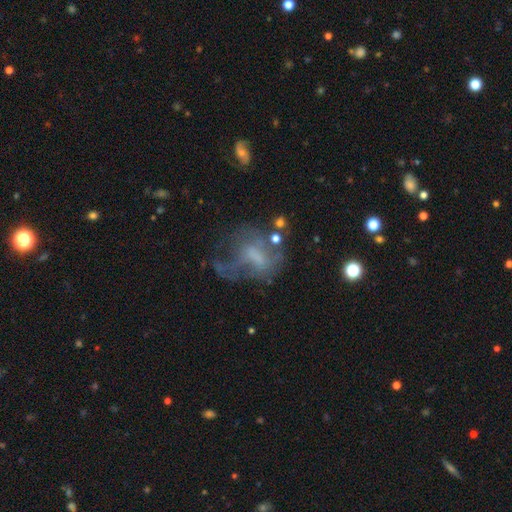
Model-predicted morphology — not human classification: Overall: featured or disk (52%; smooth 30%). Edge-on disk: no (96%). Bar: no (59%; weak 31%). Spiral arms: no (73%). Bulge size: none (52%; small 22%). Merging: major disturbance (41%; none 32%).